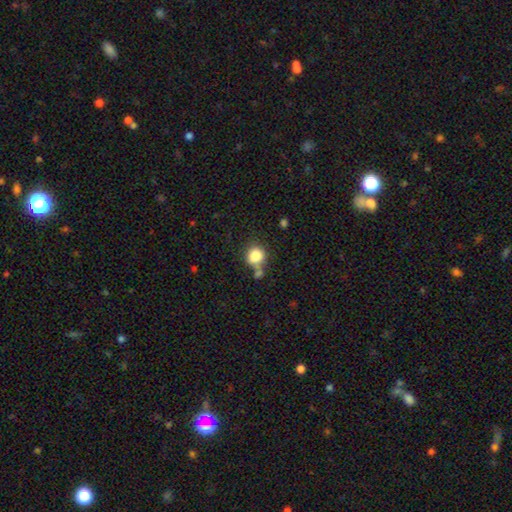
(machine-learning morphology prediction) Smooth or featured: smooth — 83% (star or artifact — 10%)
How rounded: round — 84% (in between — 15%)
Merging: none — 56% (merger — 22%)